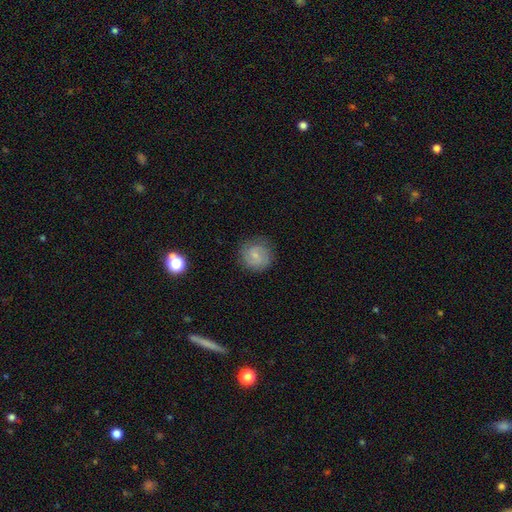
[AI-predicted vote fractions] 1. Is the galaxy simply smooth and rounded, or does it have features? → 55% featured or disk, 37% smooth, 8% star or artifact.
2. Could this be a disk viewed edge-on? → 98% no, 2% yes.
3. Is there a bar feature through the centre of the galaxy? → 51% weak, 40% no, 9% strong.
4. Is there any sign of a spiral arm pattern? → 90% yes, 10% no.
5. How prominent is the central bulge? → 67% small, 18% moderate, 12% none, 1% large, 1% dominant.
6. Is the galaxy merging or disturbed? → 83% none, 12% minor disturbance, 4% major disturbance, 1% merger.